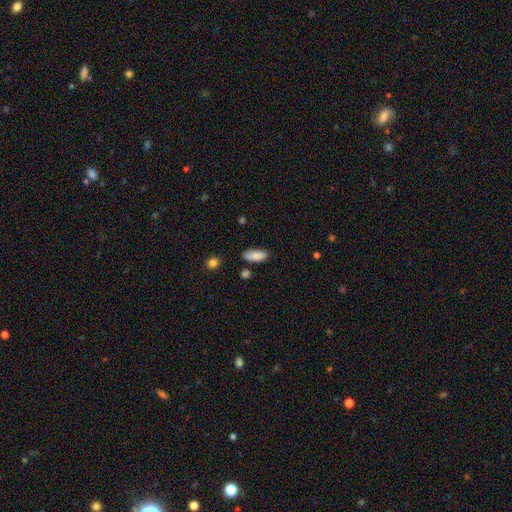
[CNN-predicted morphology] Smooth or featured? Predicted: smooth (p=0.88). How rounded? Predicted: in between (p=0.81). Merging? Predicted: none (p=0.83).